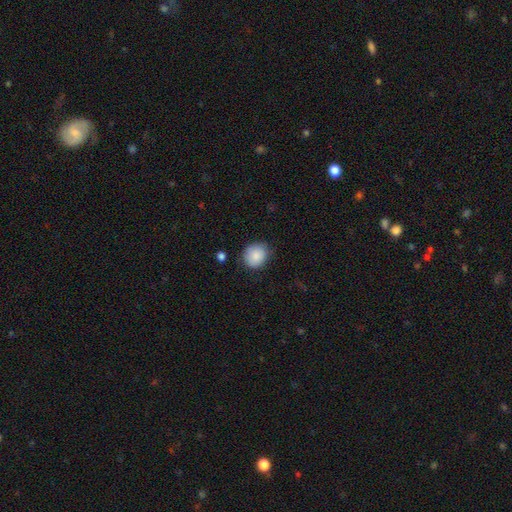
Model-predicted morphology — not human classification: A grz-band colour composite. It shows a smooth galaxy with no disk features (87%) that is round (70%). Merging: none (78%).